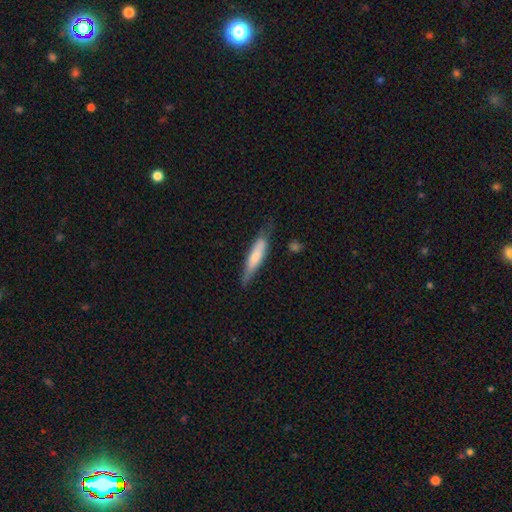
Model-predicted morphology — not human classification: Overall: smooth (67%). How rounded: cigar-shaped (79%). Merging: none (57%; minor disturbance 31%).